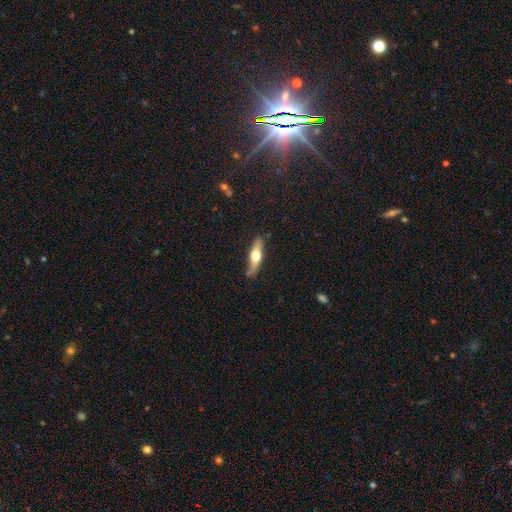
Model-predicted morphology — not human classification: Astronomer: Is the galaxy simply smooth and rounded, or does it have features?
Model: featured or disk — 48% (runner-up: smooth, 47%).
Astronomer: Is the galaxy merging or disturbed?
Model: none — 81%.